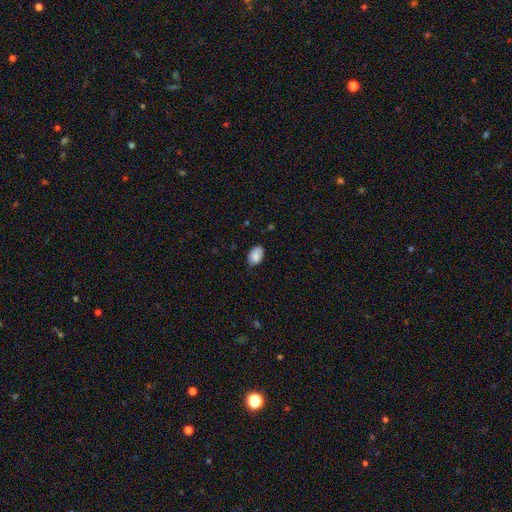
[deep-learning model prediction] Q: Smooth or featured?
A: smooth (86%); runner-up: star or artifact (7%)
Q: How rounded?
A: in between (88%); runner-up: round (10%)
Q: Merging?
A: none (78%); runner-up: minor disturbance (18%)